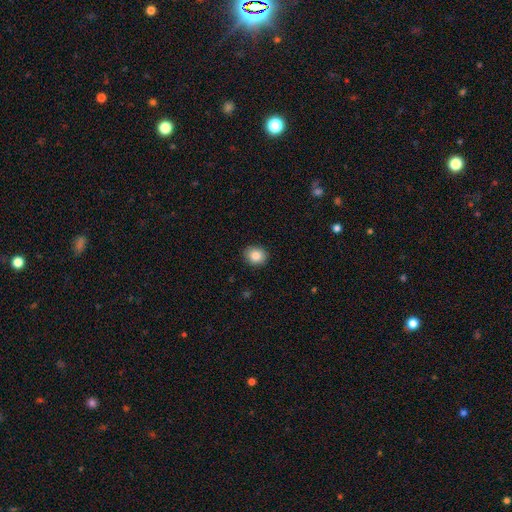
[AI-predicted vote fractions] Morphology: type=smooth (86%); roundness=round (70%); merging=none (90%).